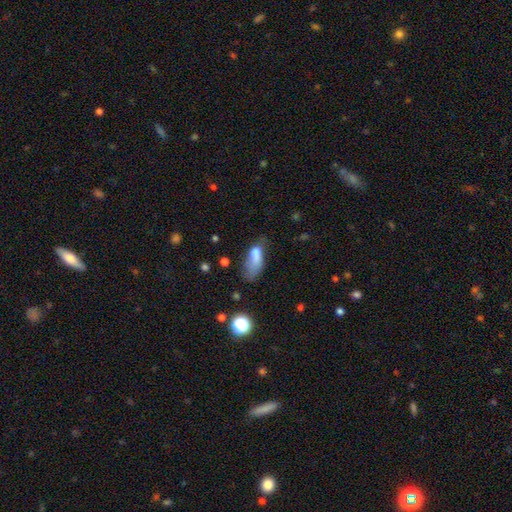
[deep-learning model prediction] smooth-or-featured: smooth: 70% | featured or disk: 18% | star or artifact: 12%
  how-rounded: in between: 80% | cigar-shaped: 16% | round: 4%
  merging: major disturbance: 38% | minor disturbance: 29% | none: 23% | merger: 11%